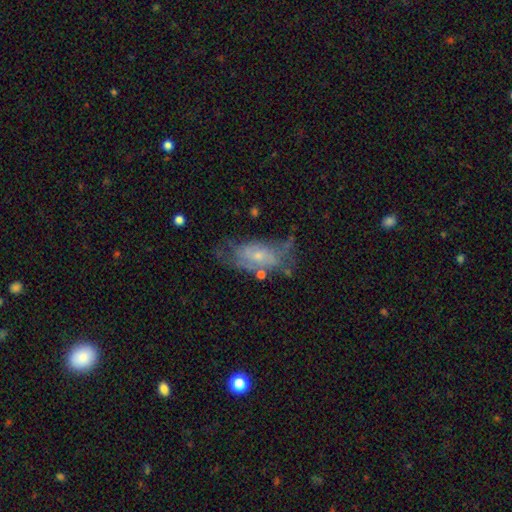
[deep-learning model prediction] This is possibly a featured or disk galaxy (59%). It is clearly not viewed edge-on (92%). Bar: likely no (73%). Spiral arm pattern: possibly yes (58%). Central bulge: possibly small (60%). Merging: marginally none (37%).